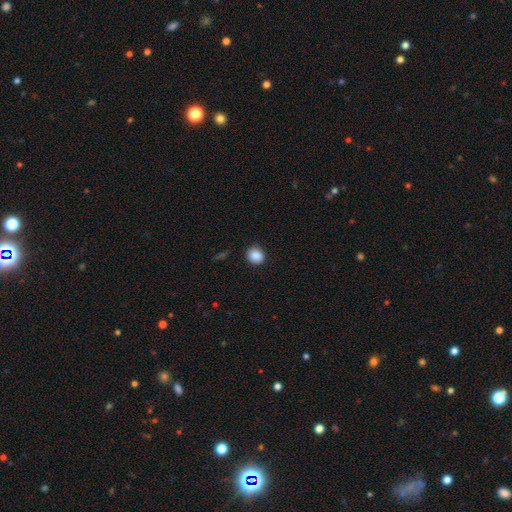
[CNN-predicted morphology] This is clearly a smooth galaxy (88%). How rounded: likely round (76%). Merging: clearly none (85%).